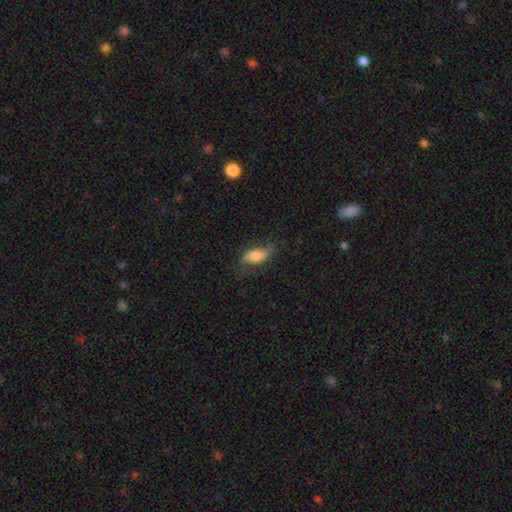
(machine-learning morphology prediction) Overall: smooth (64%; featured or disk 28%). How rounded: in between (84%). Merging: none (57%; minor disturbance 28%).